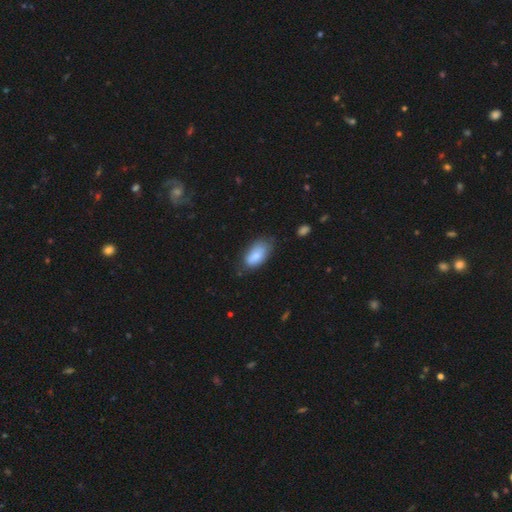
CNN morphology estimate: Smooth or featured? Predicted: smooth (p=0.78). How rounded? Predicted: in between (p=0.93). Merging? Predicted: none (p=0.62).